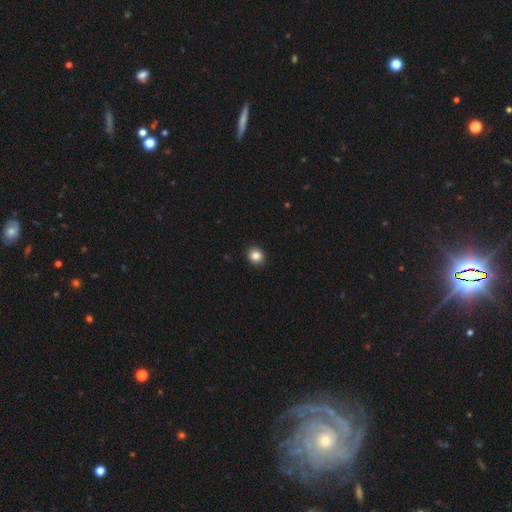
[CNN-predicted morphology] The model was most divided on "how rounded": round: 80%, in between: 19%, cigar-shaped: 1%. More confident: merging — none (93%); smooth or featured — smooth (85%).